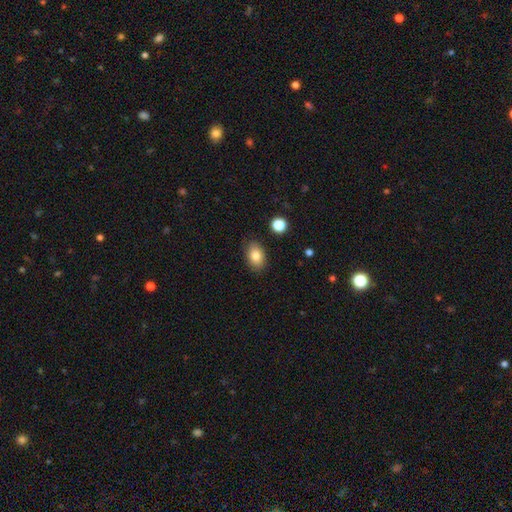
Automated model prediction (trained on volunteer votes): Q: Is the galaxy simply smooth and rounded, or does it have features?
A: smooth — 83%.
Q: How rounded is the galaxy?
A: in between — 84%.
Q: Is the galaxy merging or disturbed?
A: none — 84%.